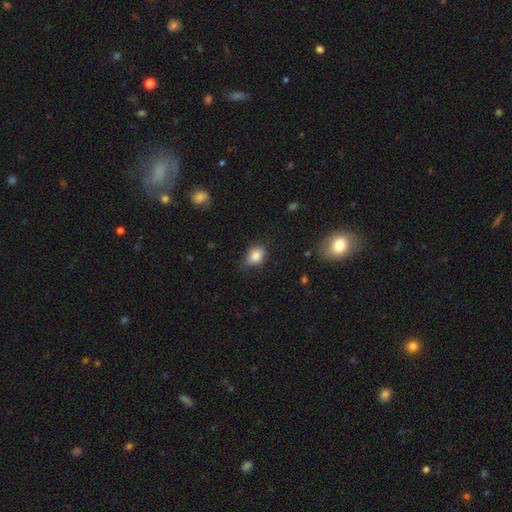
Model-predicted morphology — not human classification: A smooth galaxy with no disk features (83%) that is in between round and cigar-shaped (68%).

Vote fractions:
- Smooth or featured? smooth: 83% / star or artifact: 9% / featured or disk: 8%
- How rounded? in between: 68% / round: 31% / cigar-shaped: 1%
- Merging? none: 65% / minor disturbance: 27% / major disturbance: 6% / merger: 2%